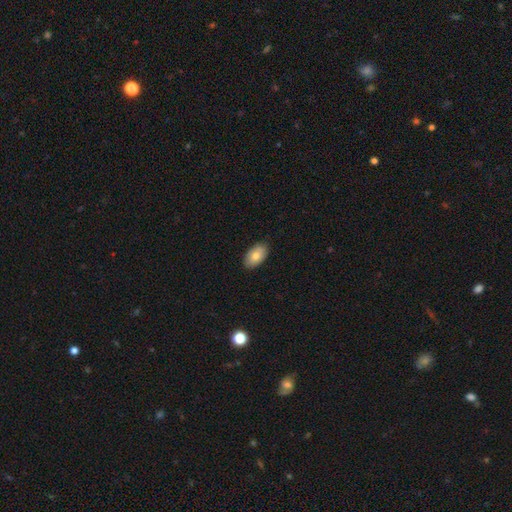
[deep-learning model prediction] Morphology: type=smooth (77%); roundness=in between (94%); merging=none (88%).